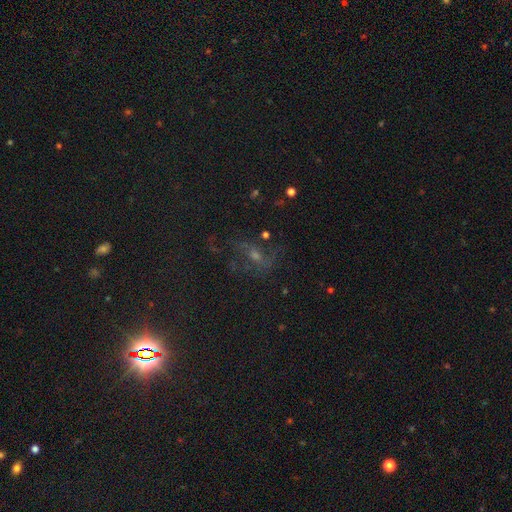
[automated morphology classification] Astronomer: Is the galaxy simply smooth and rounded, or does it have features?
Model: featured or disk — 45% (runner-up: star or artifact, 34%).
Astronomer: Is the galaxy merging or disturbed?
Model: none — 56%.